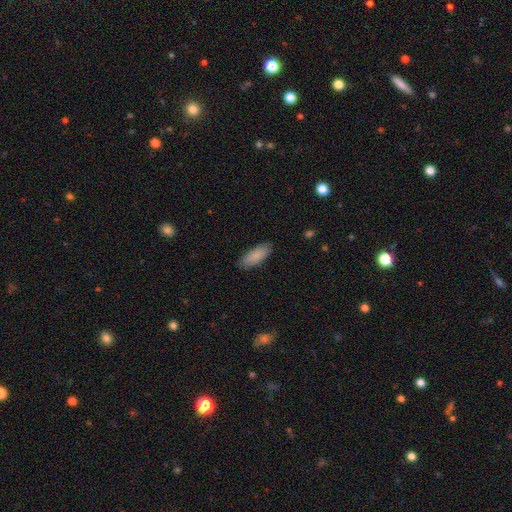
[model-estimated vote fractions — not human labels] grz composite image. It shows a smooth galaxy with no disk features (87%) that is in between round and cigar-shaped (73%). Merging: none (86%).